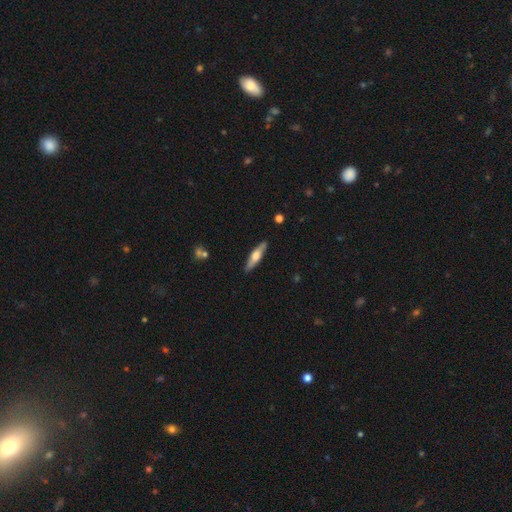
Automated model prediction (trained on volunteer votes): Smooth or featured: featured or disk — 53% (smooth — 42%)
Edge-on disk: yes — 92% (no — 8%)
Merging: none — 88% (minor disturbance — 9%)